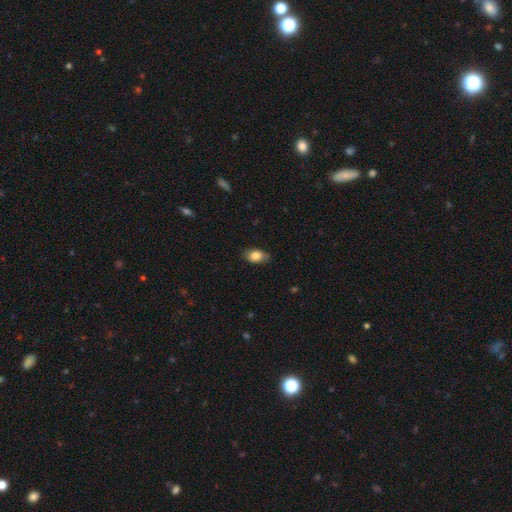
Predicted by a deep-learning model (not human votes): Smooth or featured? Predicted: smooth (p=0.82). How rounded? Predicted: in between (p=0.87). Merging? Predicted: none (p=0.80).